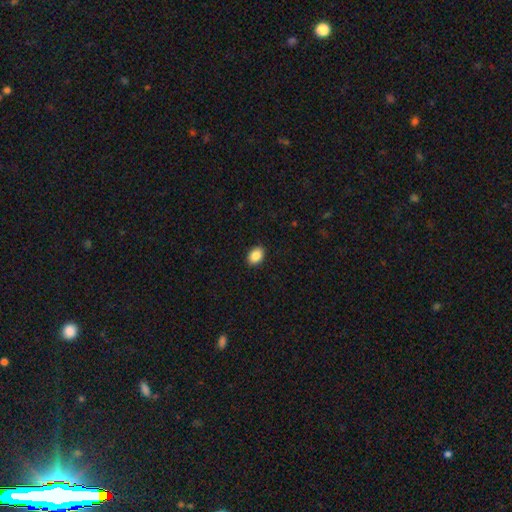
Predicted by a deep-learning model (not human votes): Smooth or featured?
  - smooth: 88% *
  - star or artifact: 8%
  - featured or disk: 4%
How rounded?
  - in between: 80% *
  - round: 19%
  - cigar-shaped: 1%
Merging?
  - none: 91% *
  - minor disturbance: 7%
  - major disturbance: 2%
  - merger: 1%